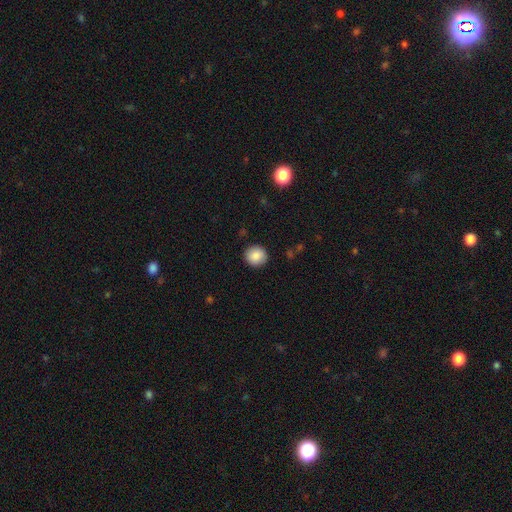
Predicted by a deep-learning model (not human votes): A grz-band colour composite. It shows a smooth galaxy with no disk features (87%) that is round (91%). Merging: none (90%).